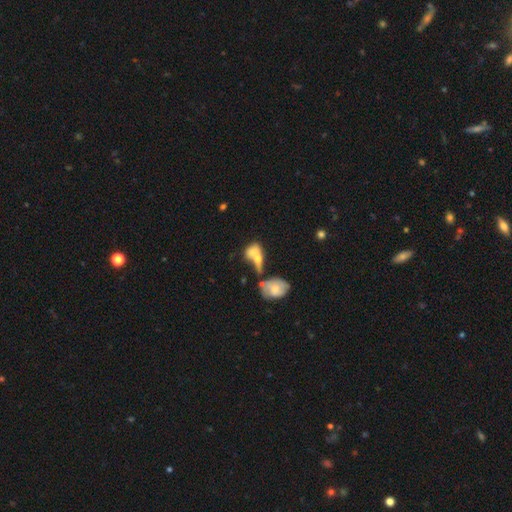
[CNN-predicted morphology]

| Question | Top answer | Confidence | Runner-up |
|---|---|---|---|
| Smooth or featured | smooth | 61% | featured or disk (29%) |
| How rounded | in between | 72% | round (20%) |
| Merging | merger | 58% | none (20%) |